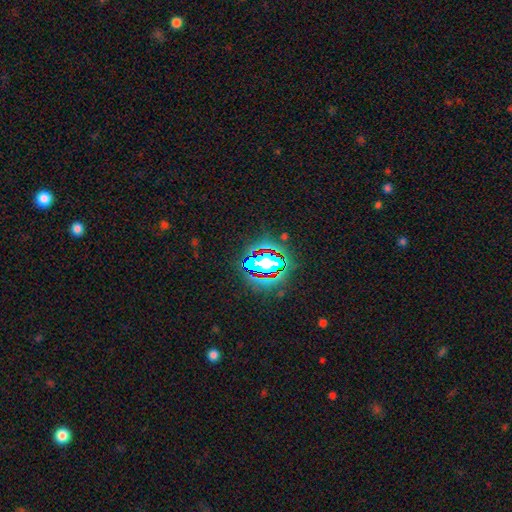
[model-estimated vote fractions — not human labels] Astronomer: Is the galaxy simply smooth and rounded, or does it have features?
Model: star or artifact — 82%.